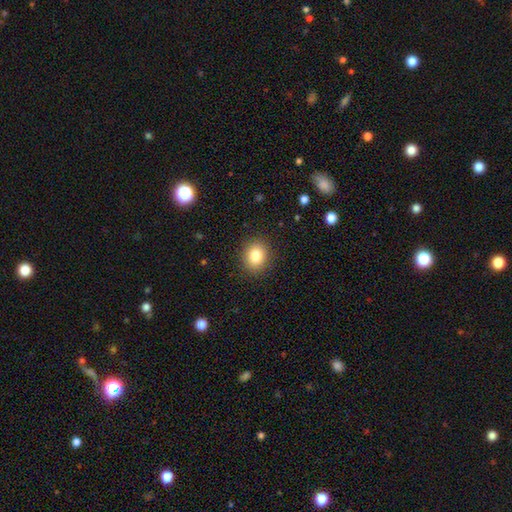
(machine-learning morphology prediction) This is clearly a smooth galaxy (82%). How rounded: likely round (67%). Merging: clearly none (89%).